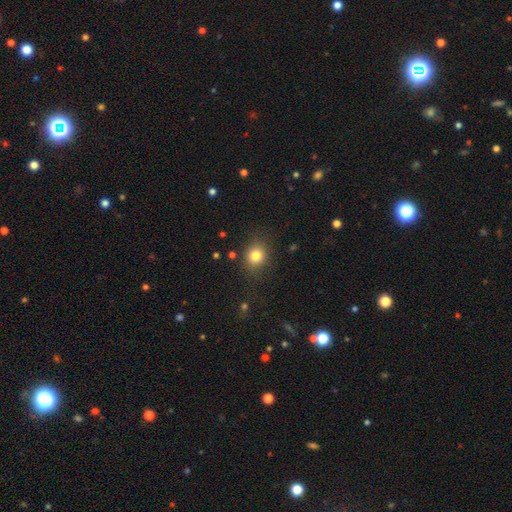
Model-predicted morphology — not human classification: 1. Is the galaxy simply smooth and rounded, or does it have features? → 81% smooth, 12% star or artifact, 7% featured or disk.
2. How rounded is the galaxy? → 75% round, 24% in between, 1% cigar-shaped.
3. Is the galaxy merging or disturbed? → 82% none, 11% minor disturbance, 4% major disturbance, 2% merger.